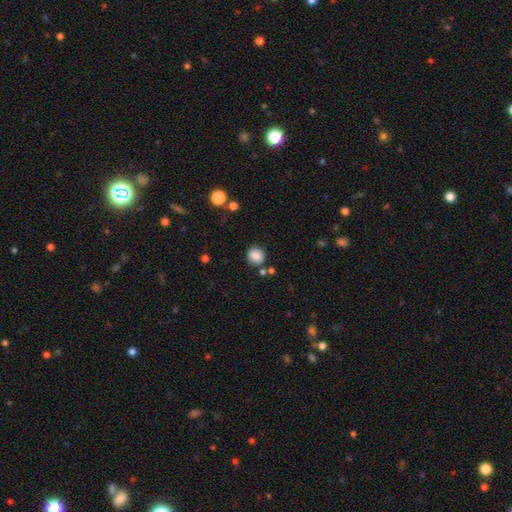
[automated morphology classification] Q: Smooth or featured?
A: smooth (85%); runner-up: star or artifact (10%)
Q: How rounded?
A: round (78%); runner-up: in between (21%)
Q: Merging?
A: none (79%); runner-up: minor disturbance (11%)